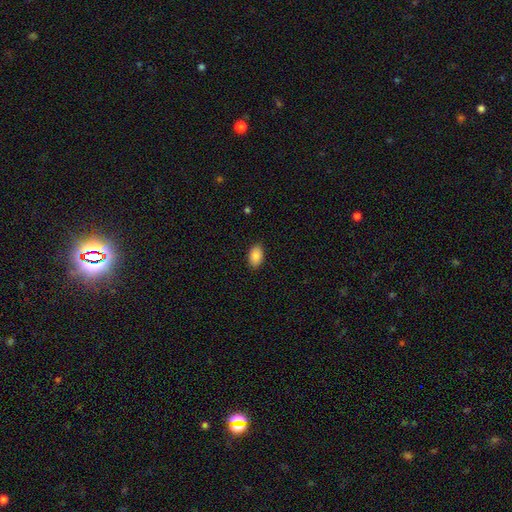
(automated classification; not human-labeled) A smooth galaxy with no disk features (88%) that is in between round and cigar-shaped (91%).

Vote fractions:
- Smooth or featured? smooth: 88% / star or artifact: 7% / featured or disk: 5%
- How rounded? in between: 91% / round: 8% / cigar-shaped: 1%
- Merging? none: 89% / minor disturbance: 8% / major disturbance: 2% / merger: 1%